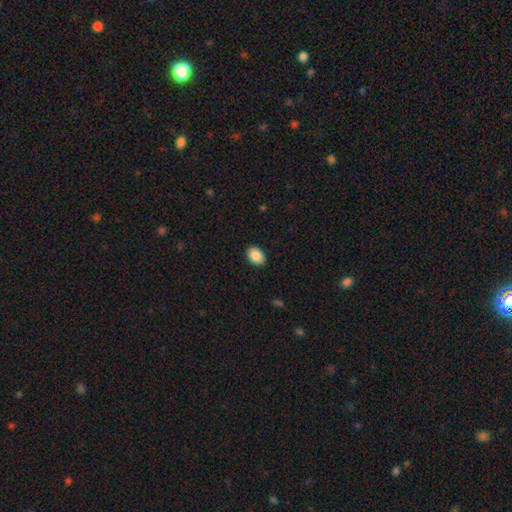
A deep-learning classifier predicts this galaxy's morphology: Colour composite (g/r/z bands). It shows a smooth galaxy with no disk features (88%) that is in between round and cigar-shaped (75%). Merging: none (89%).